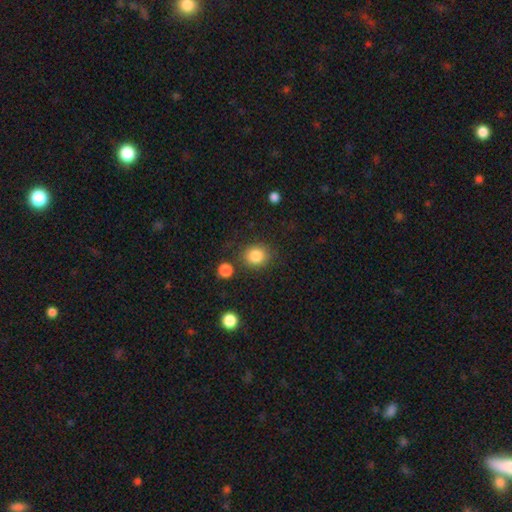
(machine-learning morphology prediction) Q: Smooth or featured?
A: smooth (85%); runner-up: star or artifact (10%)
Q: How rounded?
A: round (79%); runner-up: in between (20%)
Q: Merging?
A: none (83%); runner-up: minor disturbance (9%)